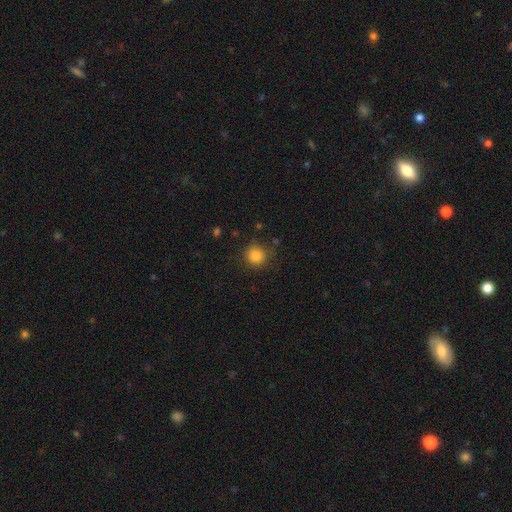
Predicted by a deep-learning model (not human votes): This is clearly a smooth galaxy (83%). How rounded: clearly round (91%). Merging: clearly none (82%).